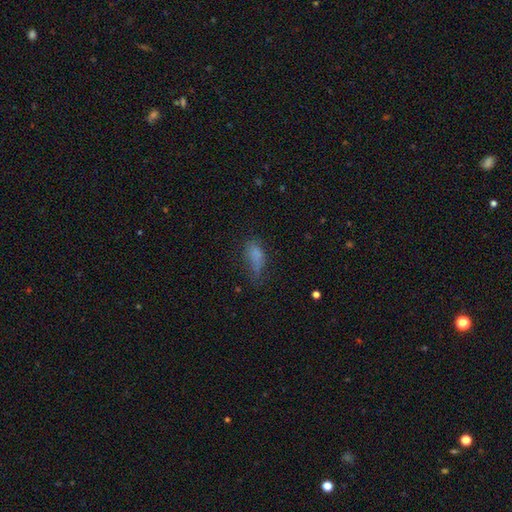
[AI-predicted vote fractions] smooth 73%, star or artifact 14%, featured or disk 14%. Down the decision tree: how rounded — in between (81%); merging — none (37%).